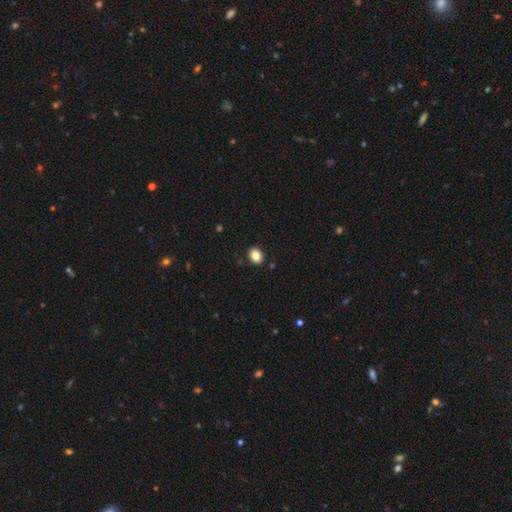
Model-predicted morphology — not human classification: smooth_or_featured: smooth (p=0.85) [alt: star or artifact p=0.10]
how_rounded: in between (p=0.51) [alt: round p=0.48]
merging: none (p=0.90) [alt: minor disturbance p=0.07]